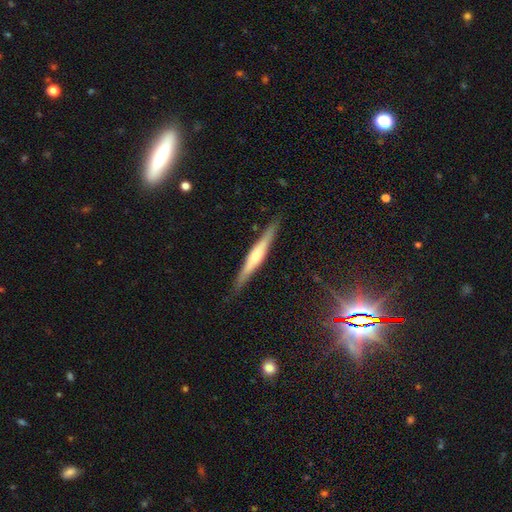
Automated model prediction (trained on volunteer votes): This appears to be a featured or disk galaxy (60%) viewed edge-on (97%) with a rounded central bulge (63%). Merging: none (88%).